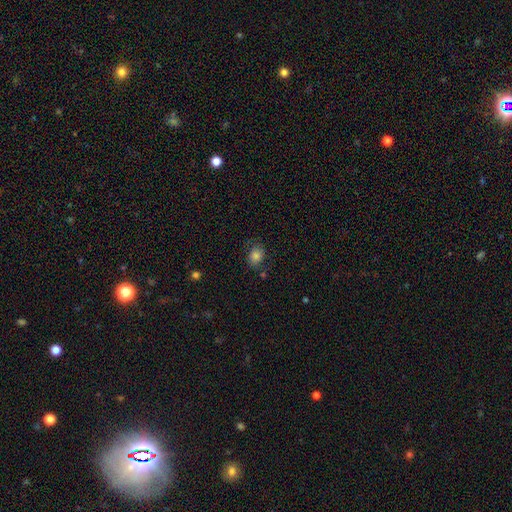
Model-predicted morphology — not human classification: This appears to be a smooth galaxy with no disk features (77%) that is in between round and cigar-shaped (59%). Merging: none (72%).